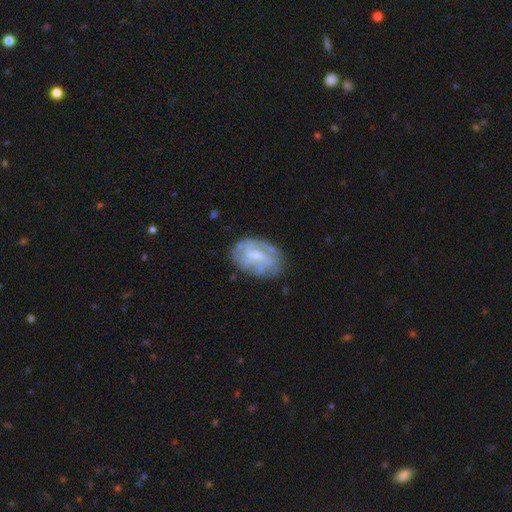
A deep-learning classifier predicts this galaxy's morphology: Overall: featured or disk (63%; smooth 30%). Edge-on disk: no (97%). Bar: no (47%; weak 44%). Spiral arms: yes (65%; no 35%). Bulge size: small (37%; moderate 36%). Merging: none (65%).